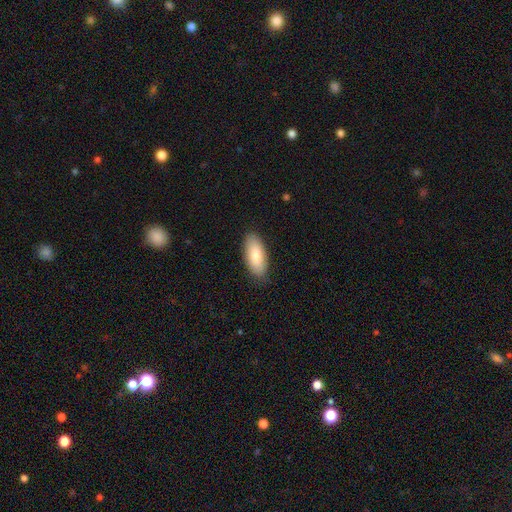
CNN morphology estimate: The model was most divided on "merging": none: 85%, minor disturbance: 11%, major disturbance: 2%, merger: 1%. More confident: how rounded — in between (86%); smooth or featured — smooth (85%).